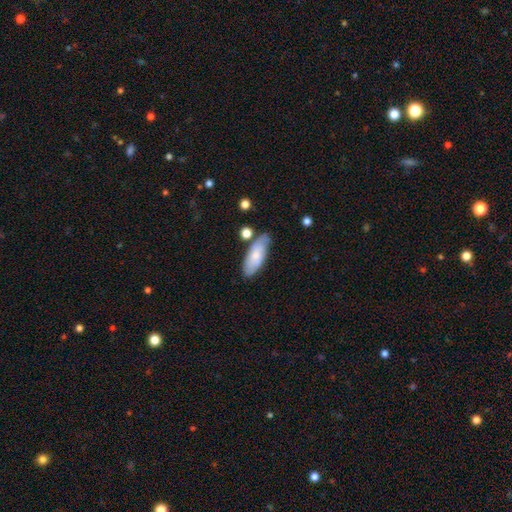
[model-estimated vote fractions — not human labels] This is likely a smooth galaxy (70%). How rounded: likely in between (76%). Merging: likely none (70%).